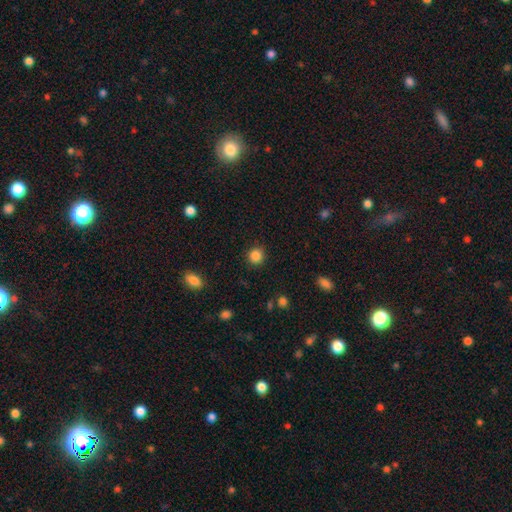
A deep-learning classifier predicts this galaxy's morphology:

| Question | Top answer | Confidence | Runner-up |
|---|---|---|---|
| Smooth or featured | smooth | 86% | star or artifact (11%) |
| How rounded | round | 90% | in between (9%) |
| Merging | none | 89% | minor disturbance (7%) |